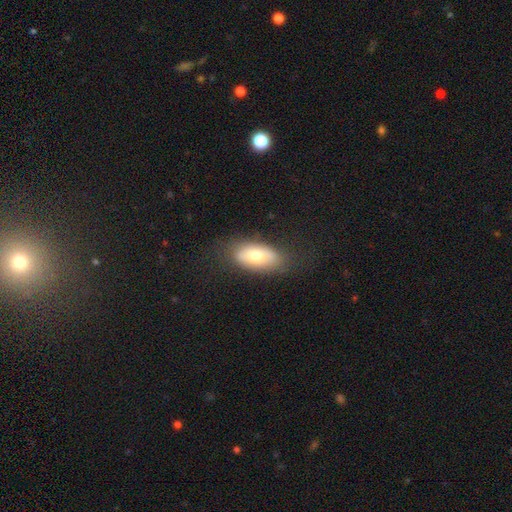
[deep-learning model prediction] Smooth or featured: smooth — 66% (featured or disk — 27%)
How rounded: in between — 89% (cigar-shaped — 7%)
Merging: none — 76% (minor disturbance — 17%)